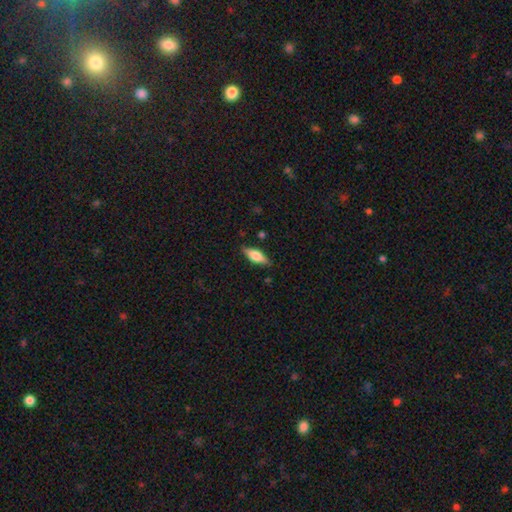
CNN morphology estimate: Smooth or featured? smooth (63%)
How rounded? in between (62%)
Merging? none (84%)